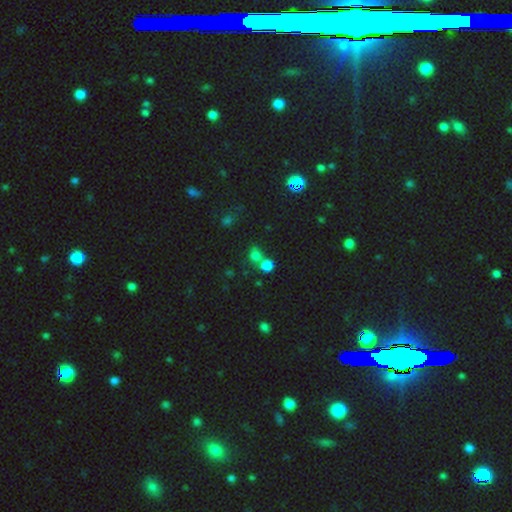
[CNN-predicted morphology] type=smooth (70%); roundness=round (78%); merging=none (50%).